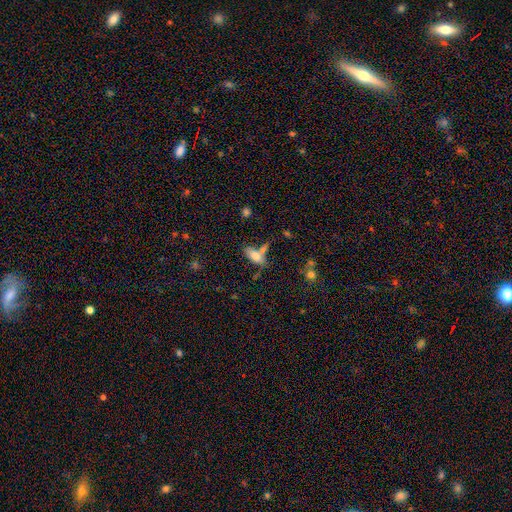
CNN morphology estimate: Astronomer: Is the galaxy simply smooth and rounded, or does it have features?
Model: smooth — 73%.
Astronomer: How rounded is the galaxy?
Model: in between — 78%.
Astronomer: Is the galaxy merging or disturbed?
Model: none — 49% (runner-up: merger, 25%).